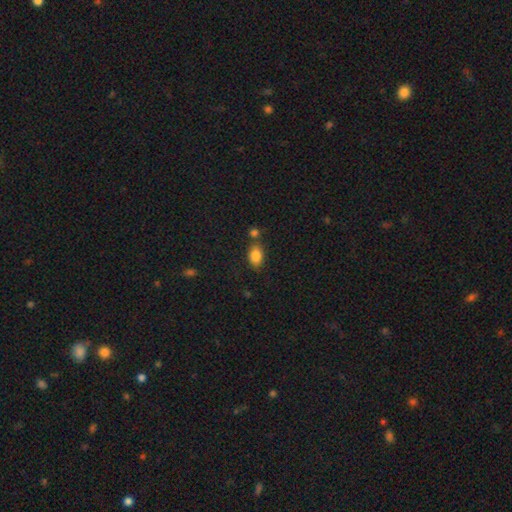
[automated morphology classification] This appears to be a smooth galaxy with no disk features (85%) that is in between round and cigar-shaped (81%). Merging: none (68%).